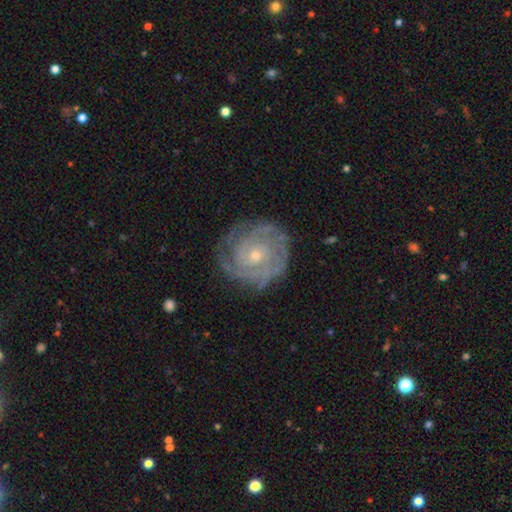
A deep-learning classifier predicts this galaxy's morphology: This is clearly a featured or disk galaxy (84%). It is clearly not viewed edge-on (98%). Bar: likely no (77%). Spiral arm pattern: clearly yes (95%). Spiral arm count: marginally can't tell (34%). Spiral winding: likely tight (79%). Central bulge: likely small (64%). Merging: likely none (77%).